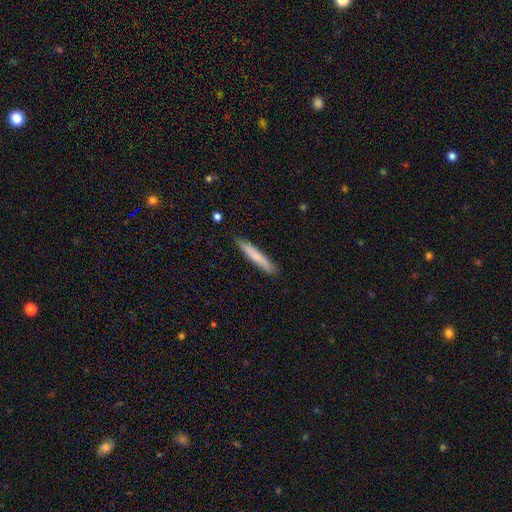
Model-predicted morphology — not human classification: Smooth or featured?
  - smooth: 75% *
  - featured or disk: 19%
  - star or artifact: 6%
How rounded?
  - cigar-shaped: 94% *
  - in between: 5%
  - round: 1%
Merging?
  - none: 87% *
  - minor disturbance: 11%
  - major disturbance: 2%
  - merger: 1%